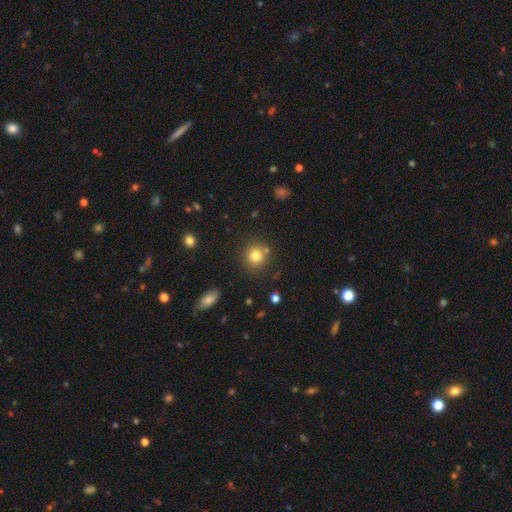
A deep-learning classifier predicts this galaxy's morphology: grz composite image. It shows a smooth galaxy with no disk features (80%) that is round (89%). Merging: none (81%).